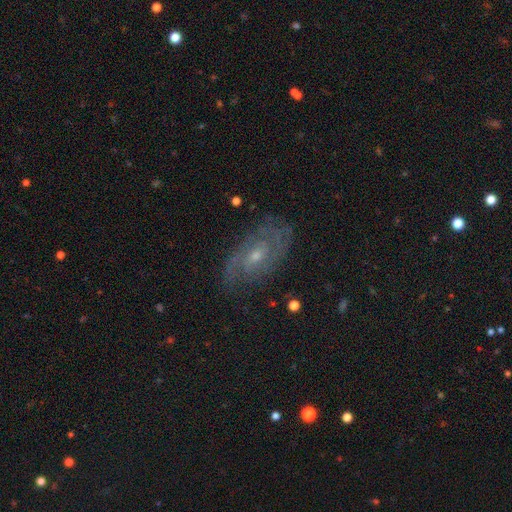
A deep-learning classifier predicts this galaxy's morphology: featured or disk 70%, star or artifact 15%, smooth 14%. Down the decision tree: edge-on disk — no (93%); bar — no (60%); spiral arms — yes (88%); spiral arm count — 2 (45%); spiral winding — tight (45%); bulge size — small (53%); merging — none (77%).